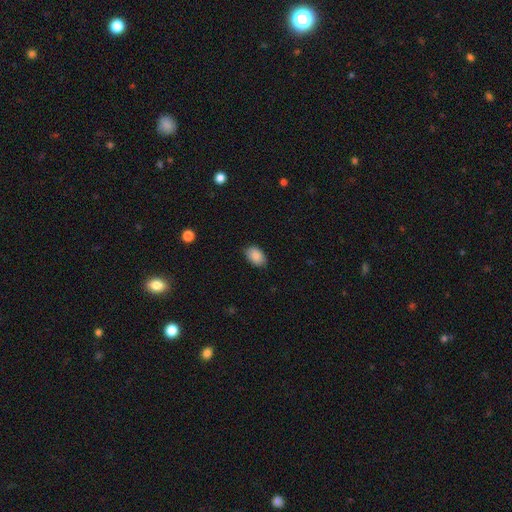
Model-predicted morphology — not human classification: smooth-or-featured: smooth: 88% | star or artifact: 7% | featured or disk: 5%
  how-rounded: in between: 88% | round: 11% | cigar-shaped: 1%
  merging: none: 83% | minor disturbance: 14% | major disturbance: 3% | merger: 1%